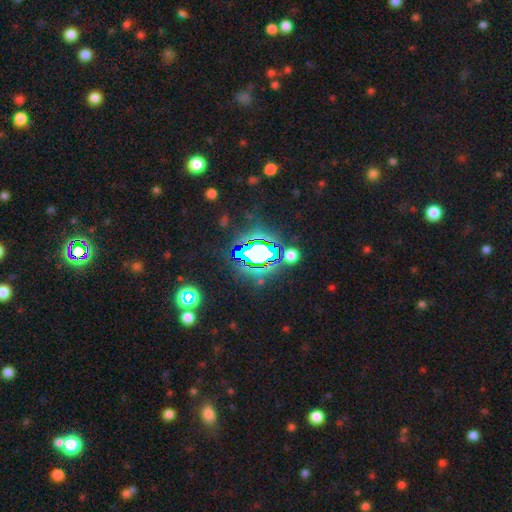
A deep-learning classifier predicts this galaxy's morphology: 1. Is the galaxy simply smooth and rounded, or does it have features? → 73% star or artifact, 16% smooth, 11% featured or disk.